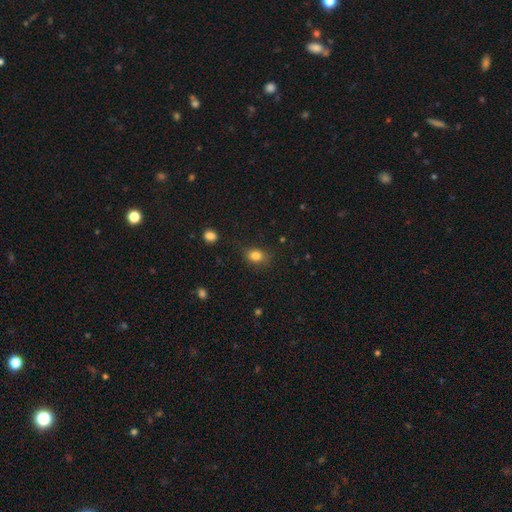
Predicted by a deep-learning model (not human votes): A smooth galaxy with no disk features (83%) that is in between round and cigar-shaped (54%).

Vote fractions:
- Smooth or featured? smooth: 83% / star or artifact: 11% / featured or disk: 6%
- How rounded? in between: 54% / round: 44% / cigar-shaped: 1%
- Merging? none: 78% / minor disturbance: 16% / major disturbance: 4% / merger: 2%